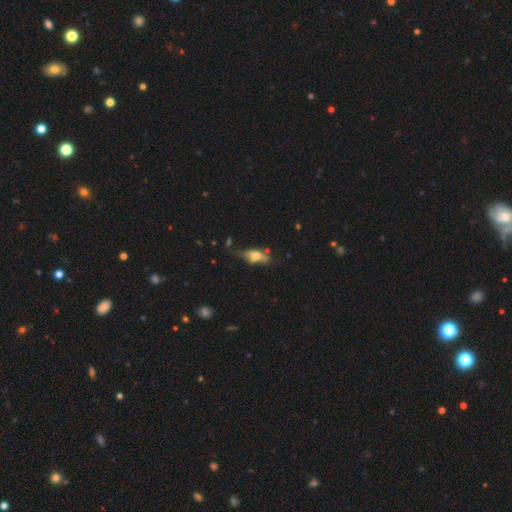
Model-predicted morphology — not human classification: This appears to be a smooth galaxy with no disk features (51%) that is in between round and cigar-shaped (73%). Merging: none (47%).